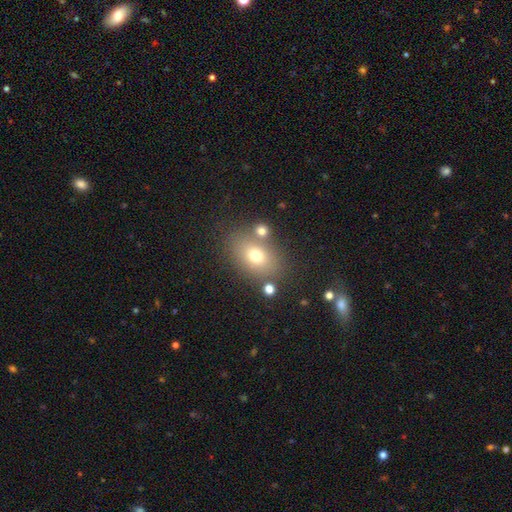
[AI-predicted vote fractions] This is likely a smooth galaxy (71%). How rounded: likely in between (73%). Merging: likely none (68%).